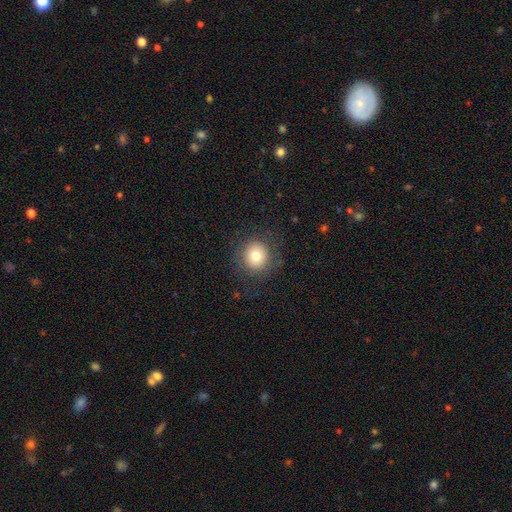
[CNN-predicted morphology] The model was most divided on "smooth or featured": smooth: 77%, star or artifact: 12%, featured or disk: 12%. More confident: how rounded — round (90%); merging — none (85%).